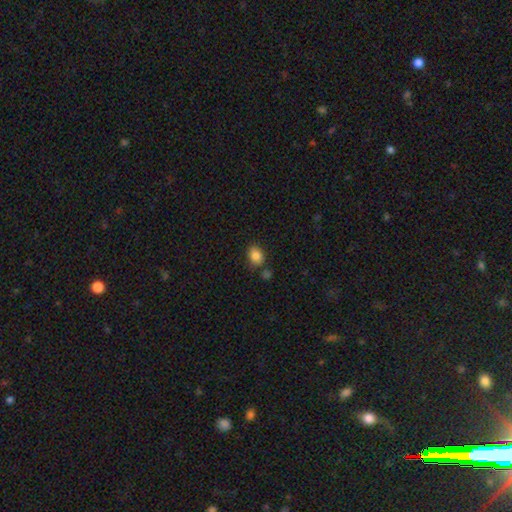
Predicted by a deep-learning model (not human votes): This is clearly a smooth galaxy (85%). How rounded: possibly in between (56%). Merging: likely none (74%).